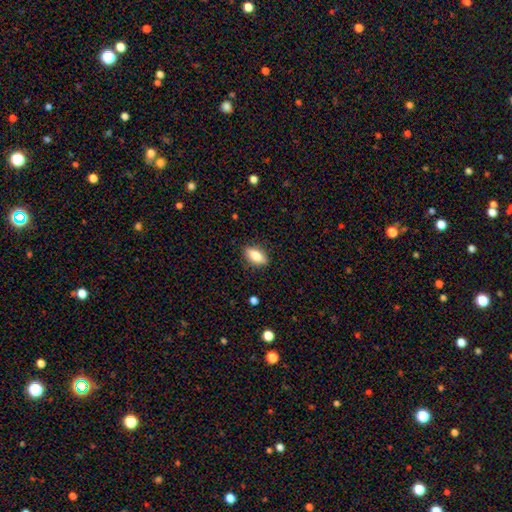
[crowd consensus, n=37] A smooth galaxy with no disk features (86%) that is in between round and cigar-shaped (88%).

Vote fractions:
- Smooth or featured? smooth: 86% / featured or disk: 11% / star or artifact: 3%
- How rounded? in between: 88% / cigar-shaped: 12% / round: 0%
- Merging? none: 92% / minor disturbance: 6% / major disturbance: 3% / merger: 0%